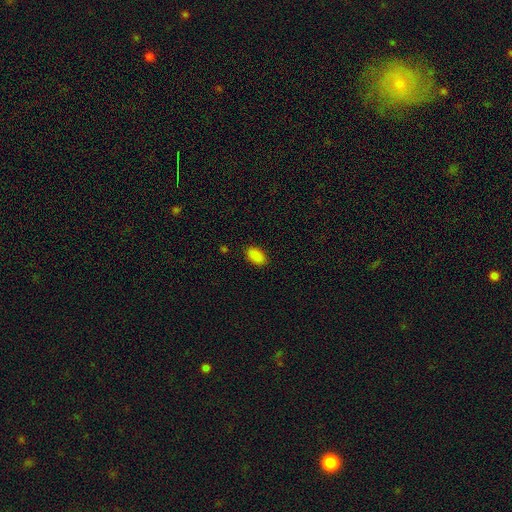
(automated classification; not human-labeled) A smooth galaxy with no disk features (88%) that is in between round and cigar-shaped (93%). Merging: none (88%).